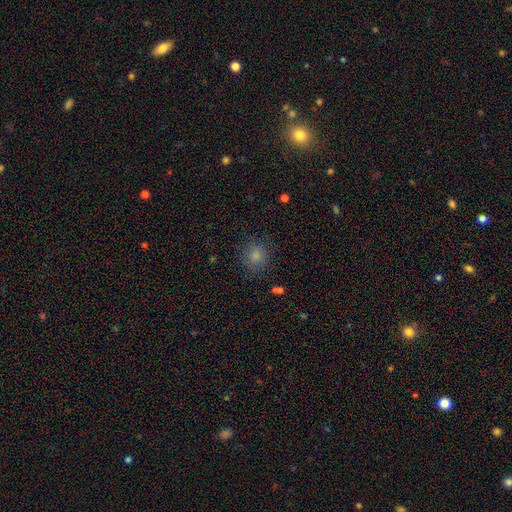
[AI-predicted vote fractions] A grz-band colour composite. It shows a smooth galaxy with no disk features (81%) that is round (84%). Merging: none (82%).